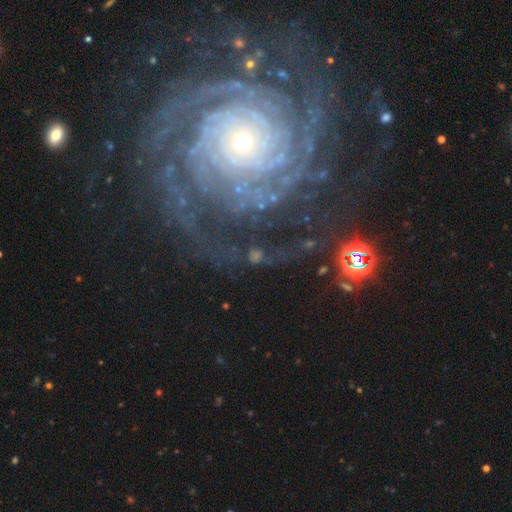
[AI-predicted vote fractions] Overall: featured or disk (65%). Edge-on disk: no (92%). Bar: no (54%; weak 27%). Spiral arms: yes (85%). Spiral arm count: can't tell (34%; 2 21%). Spiral winding: tight (60%; medium 28%). Bulge size: small (57%; moderate 28%). Merging: none (63%).